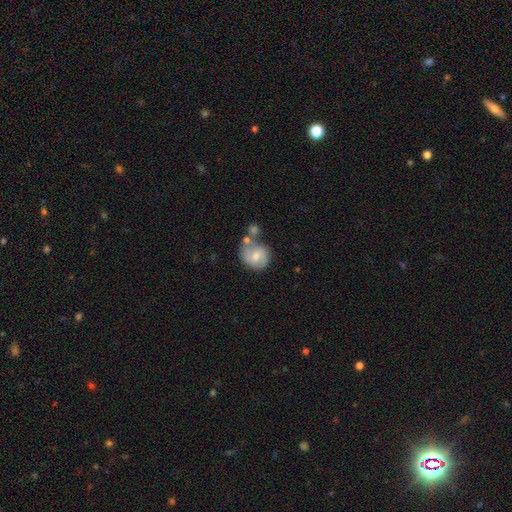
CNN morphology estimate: Smooth or featured? Predicted: smooth (p=0.48). Merging? Predicted: none (p=0.46).